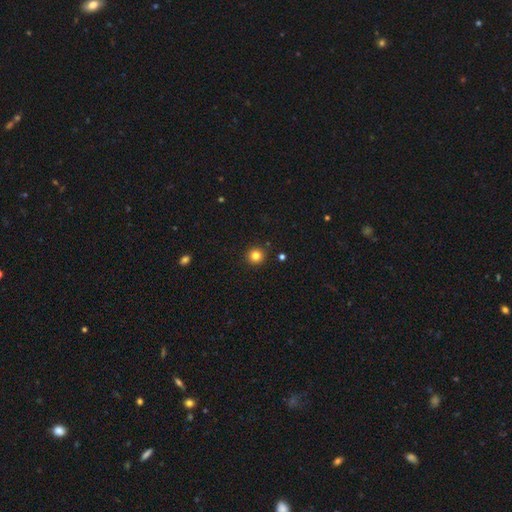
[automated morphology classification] The model was most divided on "smooth or featured": smooth: 82%, star or artifact: 13%, featured or disk: 6%. More confident: how rounded — round (94%); merging — none (92%).